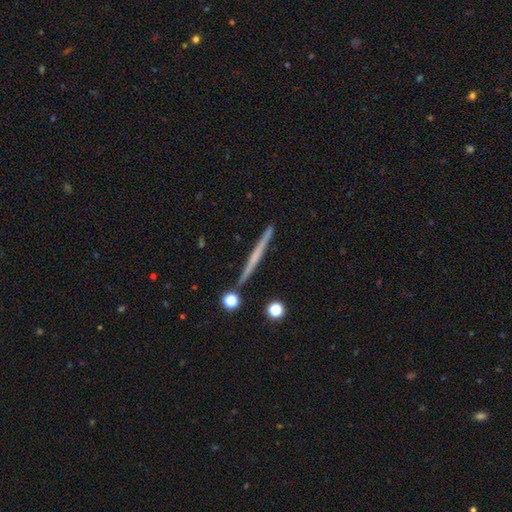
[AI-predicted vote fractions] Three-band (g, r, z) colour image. It shows a featured or disk galaxy (57%) viewed edge-on (98%) with no central bulge (82%). Merging: none (89%).